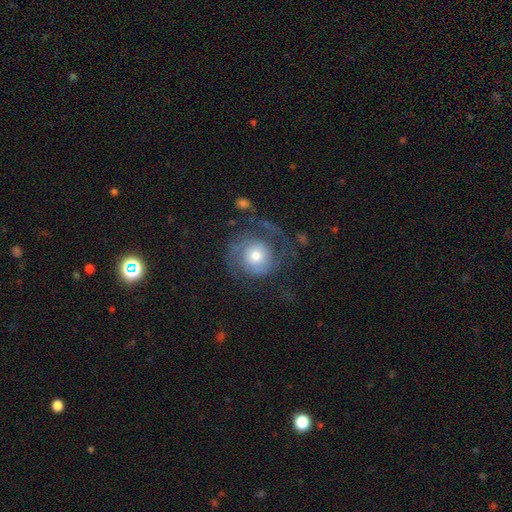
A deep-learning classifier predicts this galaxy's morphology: The model was most divided on "spiral winding": tight: 39%, medium: 38%, loose: 23%. More confident: edge-on disk — no (98%); spiral arms — yes (87%); bar — no (78%); smooth or featured — featured or disk (69%); spiral arm count — 2 (60%); bulge size — moderate (59%); merging — none (54%).